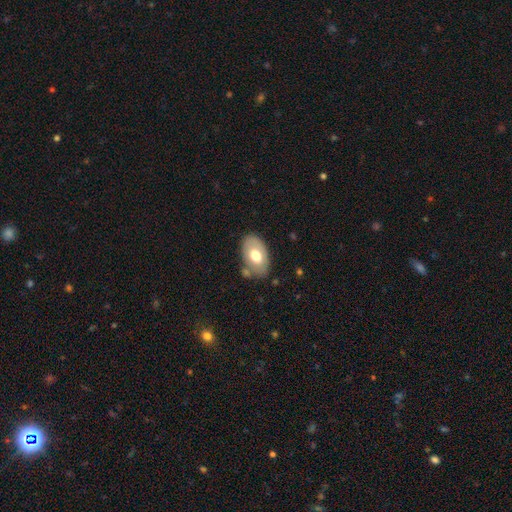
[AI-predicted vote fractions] Smooth or featured? Predicted: smooth (p=0.65). How rounded? Predicted: in between (p=0.91). Merging? Predicted: none (p=0.72).